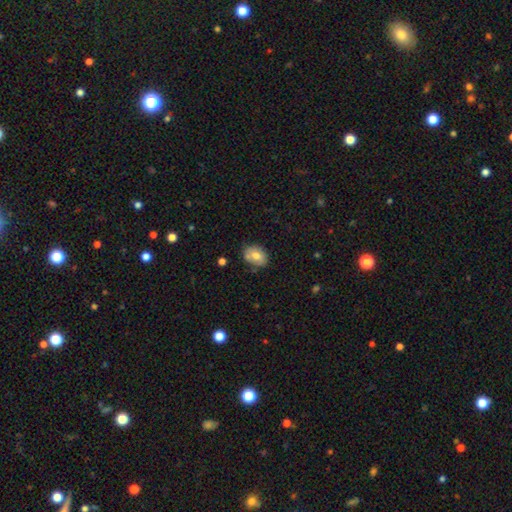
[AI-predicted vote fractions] Smooth or featured? smooth (73%)
How rounded? in between (68%)
Merging? none (70%)